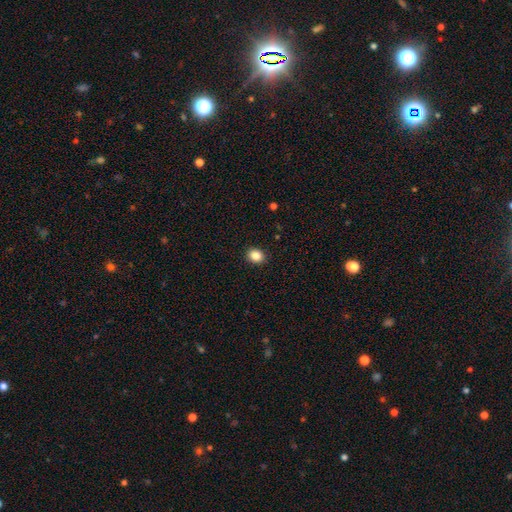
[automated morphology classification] The model was most divided on "how rounded": round: 59%, in between: 40%, cigar-shaped: 1%. More confident: merging — none (91%); smooth or featured — smooth (86%).